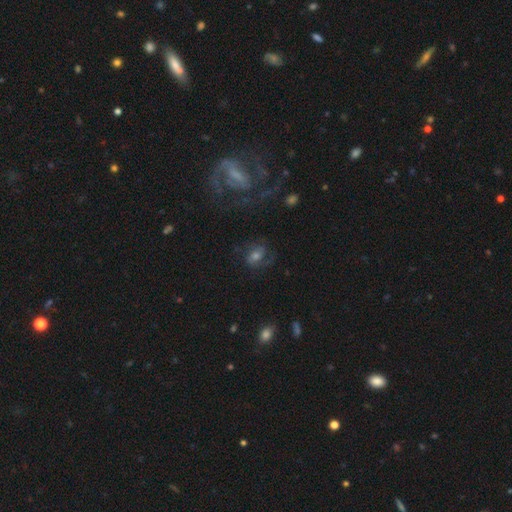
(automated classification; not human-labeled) smooth-or-featured: featured or disk: 63% | smooth: 22% | star or artifact: 15%
  disk-edge-on: no: 96% | yes: 4%
    bar: weak: 43% | no: 35% | strong: 21%
    has-spiral-arms: yes: 88% | no: 12%
      spiral-winding: medium: 48% | tight: 32% | loose: 19%
      spiral-arm-count: 2: 70% | can't tell: 15% | 1: 6% | 3: 5% | 4: 2% | more than 4: 2%
    bulge-size: moderate: 52% | small: 29% | large: 12% | none: 6% | dominant: 2%
  merging: none: 66% | minor disturbance: 16% | major disturbance: 15% | merger: 3%